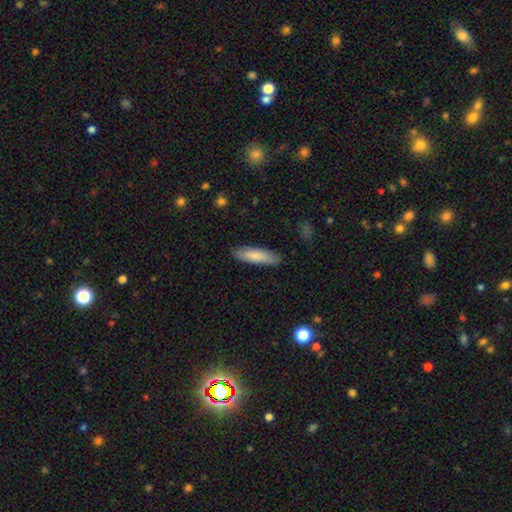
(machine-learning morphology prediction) Smooth or featured? smooth (83%)
How rounded? cigar-shaped (61%)
Merging? none (86%)